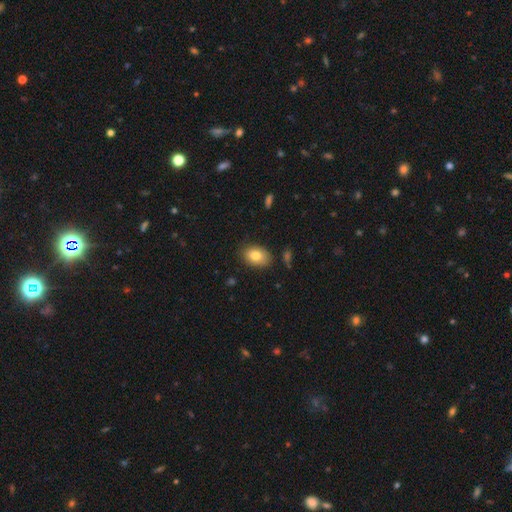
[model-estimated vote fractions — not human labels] The model was most divided on "how rounded": in between: 83%, round: 16%, cigar-shaped: 1%. More confident: merging — none (82%); smooth or featured — smooth (80%).